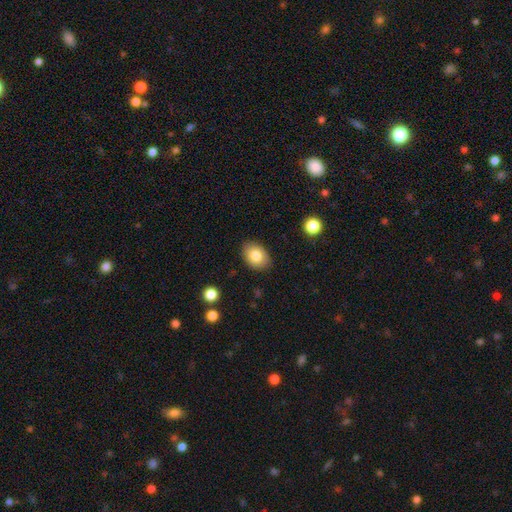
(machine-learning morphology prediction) smooth 82%, featured or disk 10%, star or artifact 8%. Down the decision tree: how rounded — in between (73%); merging — none (85%).